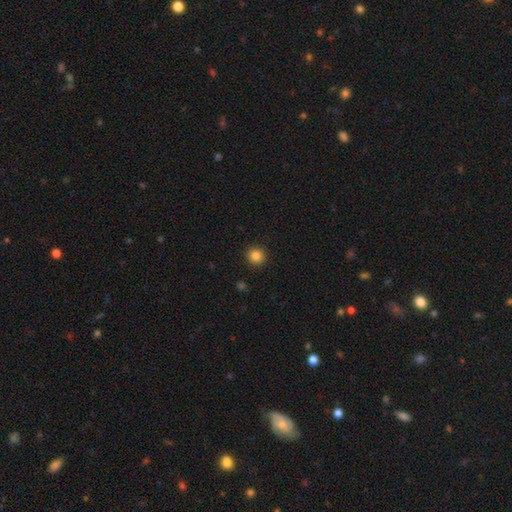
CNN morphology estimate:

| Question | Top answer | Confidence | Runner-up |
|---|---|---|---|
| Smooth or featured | smooth | 85% | star or artifact (11%) |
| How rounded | round | 93% | in between (6%) |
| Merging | none | 92% | minor disturbance (5%) |